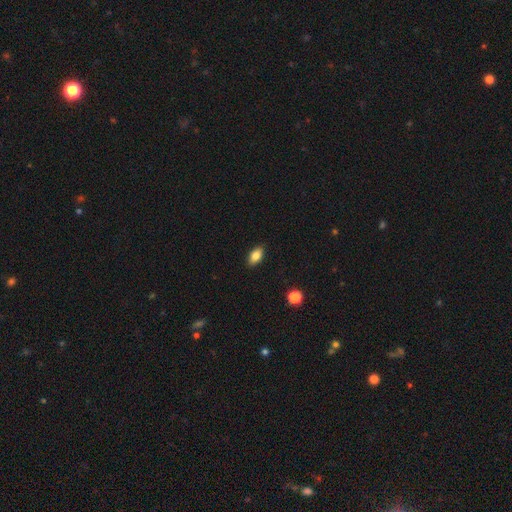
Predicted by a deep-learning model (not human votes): This is clearly a smooth galaxy (85%). How rounded: clearly in between (91%). Merging: clearly none (89%).